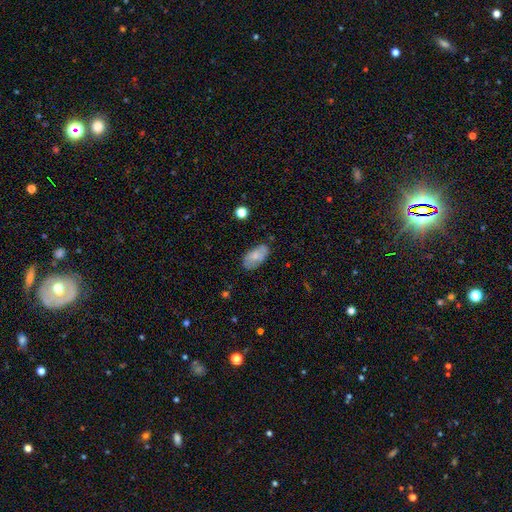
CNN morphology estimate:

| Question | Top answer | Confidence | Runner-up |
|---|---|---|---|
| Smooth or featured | smooth | 69% | featured or disk (24%) |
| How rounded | in between | 93% | round (4%) |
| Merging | none | 73% | minor disturbance (20%) |